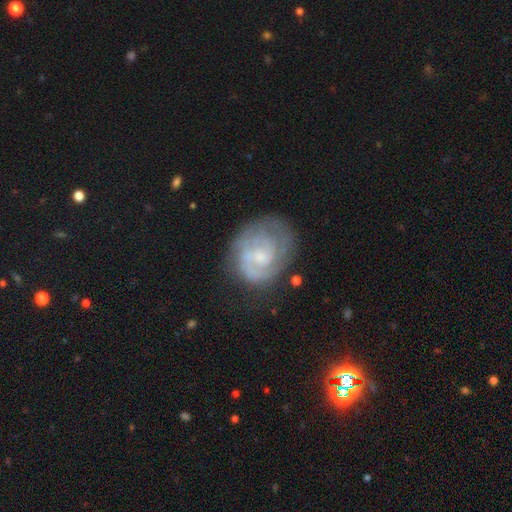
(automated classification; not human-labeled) featured or disk 73%, smooth 17%, star or artifact 10%. Down the decision tree: edge-on disk — no (98%); bar — weak (46%, tied with no); spiral arms — yes (89%); spiral arm count — 2 (50%); spiral winding — tight (51%); bulge size — small (57%); merging — none (69%).